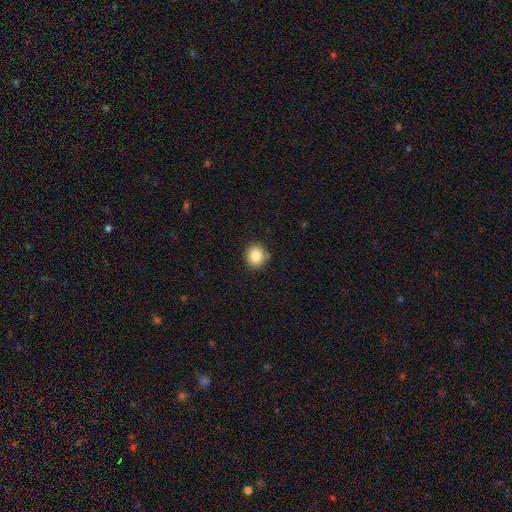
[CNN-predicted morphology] Smooth or featured: smooth — 83% (star or artifact — 10%)
How rounded: round — 79% (in between — 20%)
Merging: none — 85% (minor disturbance — 10%)